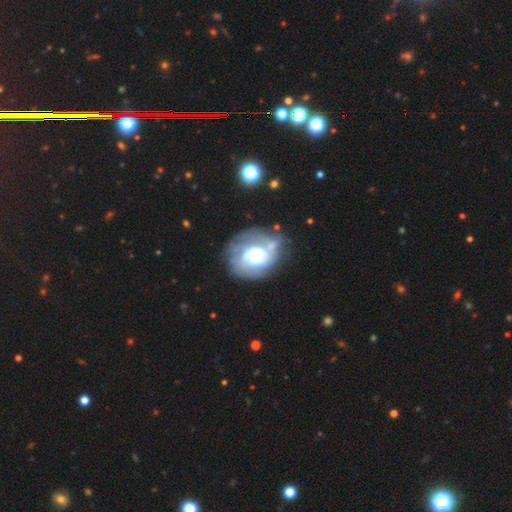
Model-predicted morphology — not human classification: featured or disk 69%, smooth 23%, star or artifact 7%. Down the decision tree: edge-on disk — no (97%); bar — no (72%); spiral arms — yes (75%); spiral arm count — can't tell (44%); spiral winding — tight (56%); bulge size — moderate (42%); merging — none (51%).